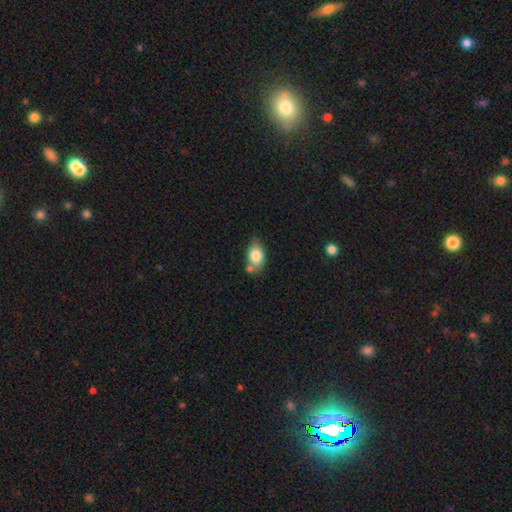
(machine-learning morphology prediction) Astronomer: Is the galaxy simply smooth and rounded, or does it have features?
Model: smooth — 79%.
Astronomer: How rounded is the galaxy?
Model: in between — 81%.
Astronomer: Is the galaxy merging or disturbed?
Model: none — 56%.